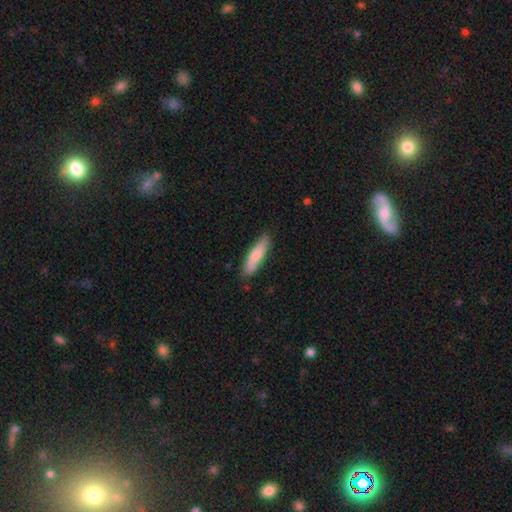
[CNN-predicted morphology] Q: Smooth or featured?
A: smooth (78%); runner-up: featured or disk (17%)
Q: How rounded?
A: cigar-shaped (76%); runner-up: in between (22%)
Q: Merging?
A: none (84%); runner-up: minor disturbance (13%)